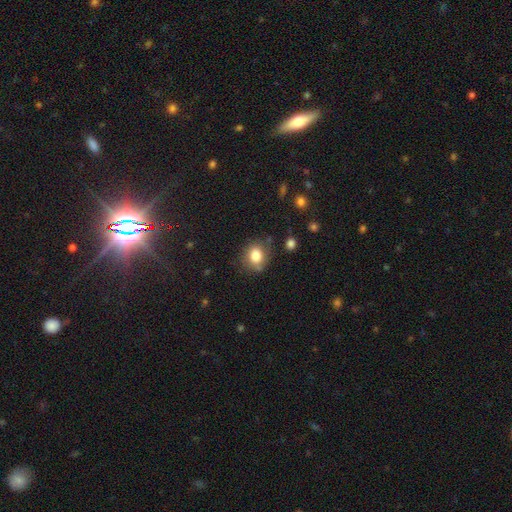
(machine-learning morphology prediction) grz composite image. It shows a smooth galaxy with no disk features (82%) that is round (62%). Merging: none (73%).